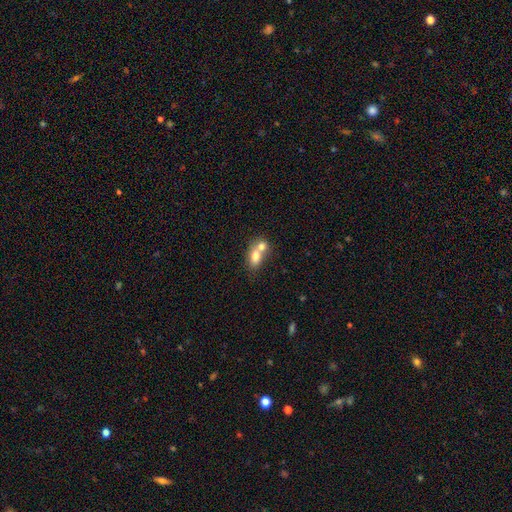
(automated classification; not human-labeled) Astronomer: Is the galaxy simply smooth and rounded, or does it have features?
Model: smooth — 73%.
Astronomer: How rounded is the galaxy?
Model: in between — 71%.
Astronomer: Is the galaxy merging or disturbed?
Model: merger — 66%.